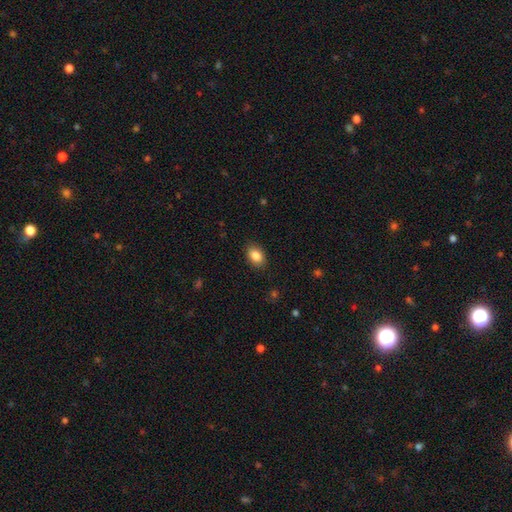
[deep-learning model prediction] smooth 87%, star or artifact 8%, featured or disk 5%. Down the decision tree: how rounded — in between (84%); merging — none (86%).